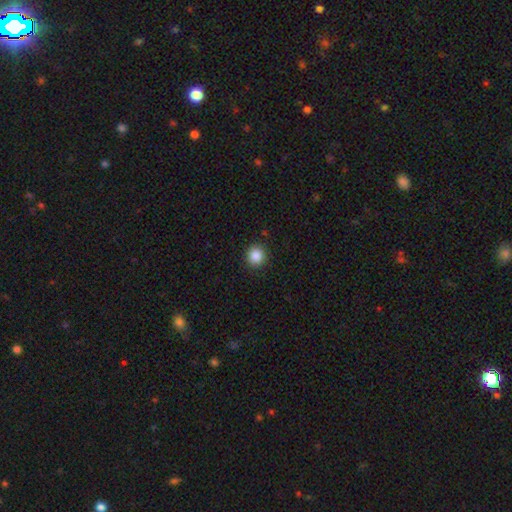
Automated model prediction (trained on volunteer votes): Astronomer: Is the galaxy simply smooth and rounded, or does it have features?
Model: smooth — 87%.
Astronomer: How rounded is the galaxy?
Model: round — 92%.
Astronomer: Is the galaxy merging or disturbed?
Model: none — 91%.